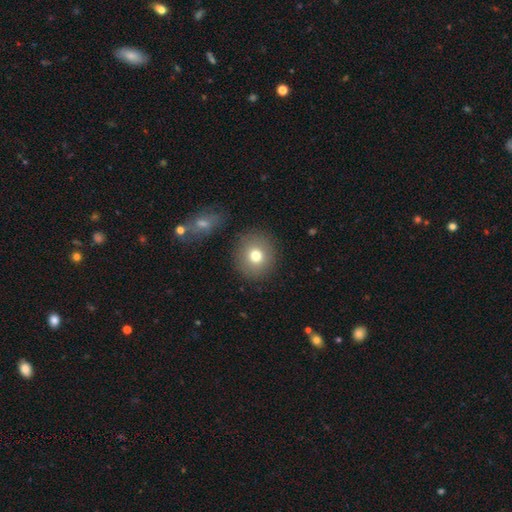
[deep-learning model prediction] smooth-or-featured: smooth: 76% | featured or disk: 13% | star or artifact: 11%
  how-rounded: round: 86% | in between: 13% | cigar-shaped: 1%
  merging: none: 86% | minor disturbance: 8% | merger: 3% | major disturbance: 3%